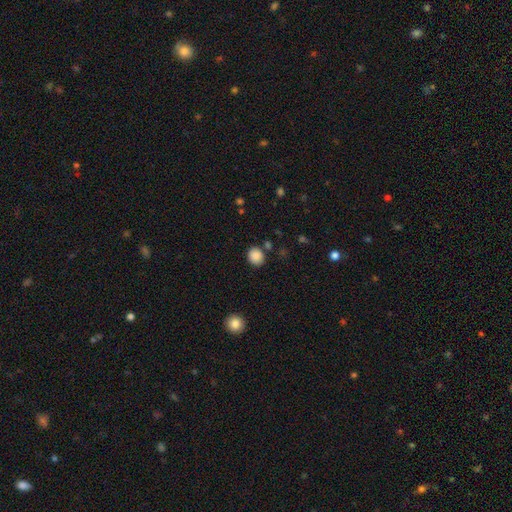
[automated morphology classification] smooth_or_featured: smooth (p=0.87) [alt: star or artifact p=0.09]
how_rounded: round (p=0.72) [alt: in between p=0.27]
merging: none (p=0.82) [alt: minor disturbance p=0.10]